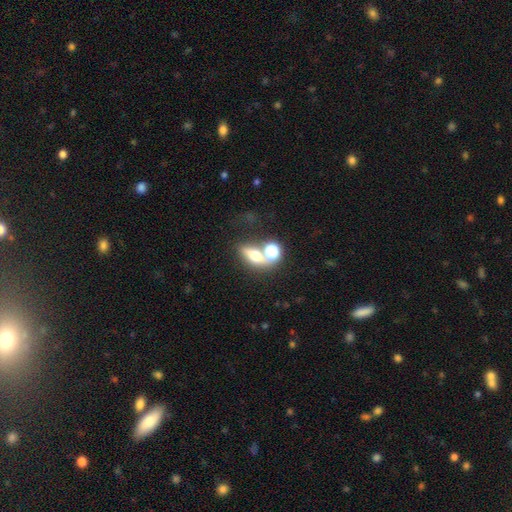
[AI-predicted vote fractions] Overall: smooth (53%; featured or disk 28%). How rounded: in between (51%; round 31%). Merging: none (48%; merger 33%).